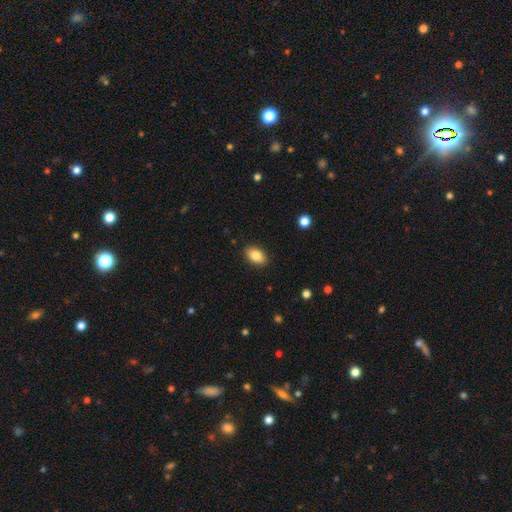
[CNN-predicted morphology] smooth-or-featured: smooth: 85% | star or artifact: 8% | featured or disk: 7%
  how-rounded: in between: 89% | round: 9% | cigar-shaped: 2%
  merging: none: 89% | minor disturbance: 8% | major disturbance: 2% | merger: 1%